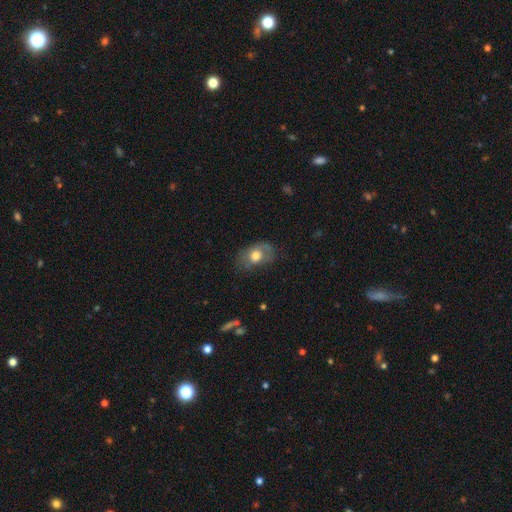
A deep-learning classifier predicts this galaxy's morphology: Smooth or featured?
  - smooth: 62% *
  - featured or disk: 31%
  - star or artifact: 8%
How rounded?
  - in between: 78% *
  - round: 20%
  - cigar-shaped: 1%
Merging?
  - none: 55% *
  - minor disturbance: 28%
  - major disturbance: 15%
  - merger: 2%